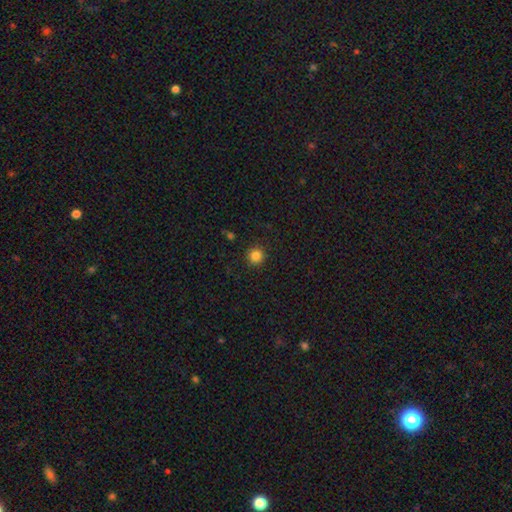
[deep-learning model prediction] smooth-or-featured: smooth: 83% | star or artifact: 12% | featured or disk: 5%
  how-rounded: round: 95% | in between: 4% | cigar-shaped: 1%
  merging: none: 91% | minor disturbance: 6% | major disturbance: 2% | merger: 1%